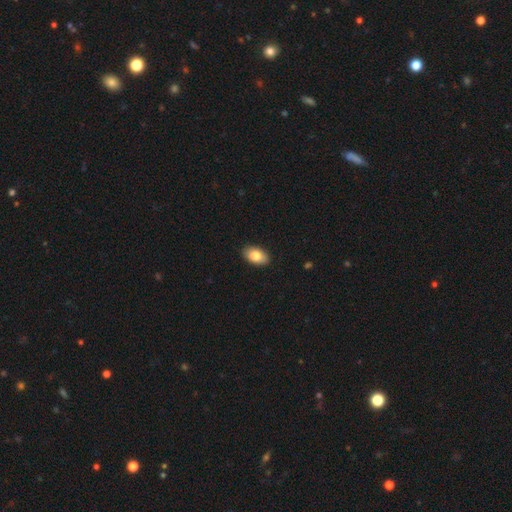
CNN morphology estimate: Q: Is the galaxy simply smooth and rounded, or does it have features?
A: smooth — 83%.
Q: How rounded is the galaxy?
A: in between — 93%.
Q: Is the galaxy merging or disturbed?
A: none — 89%.